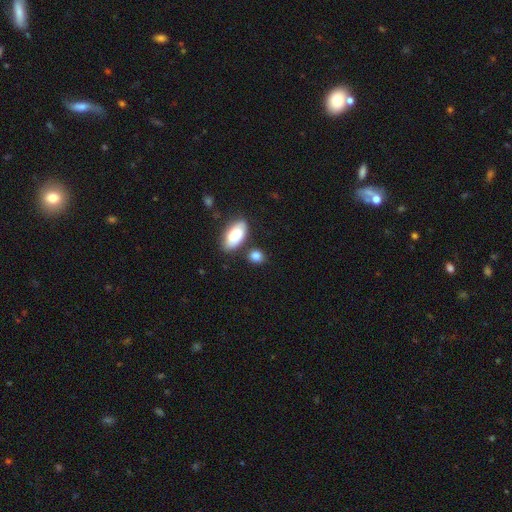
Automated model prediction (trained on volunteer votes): Smooth or featured? Predicted: smooth (p=0.86). How rounded? Predicted: in between (p=0.56). Merging? Predicted: none (p=0.71).